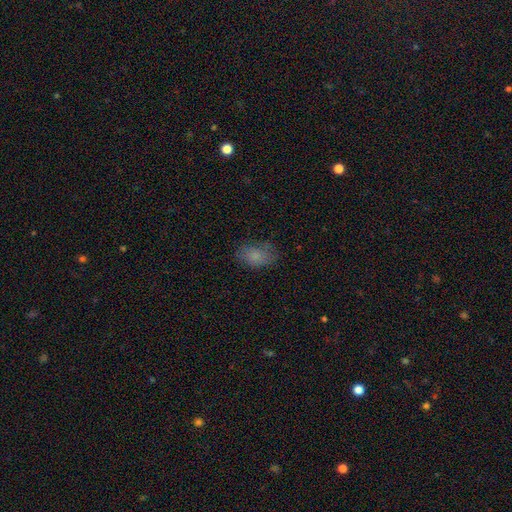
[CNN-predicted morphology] type=smooth (80%); roundness=in between (84%); merging=none (69%).